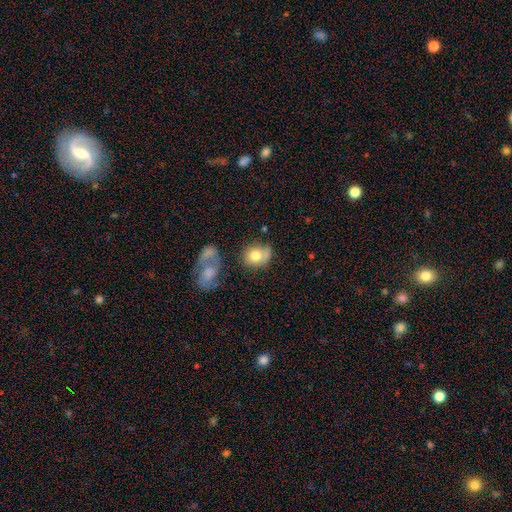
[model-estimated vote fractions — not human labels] A smooth galaxy with no disk features (72%) that is round (68%). Merging: none (50%).